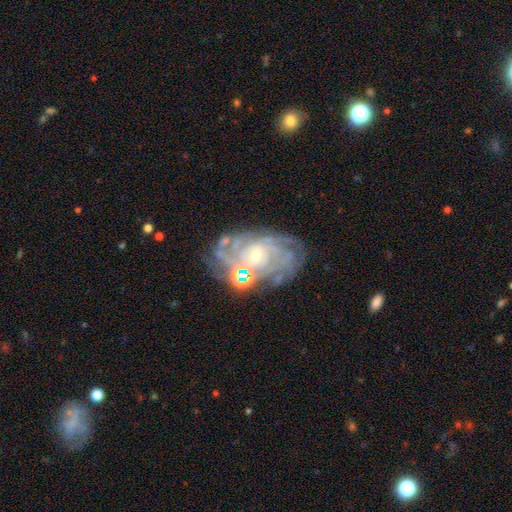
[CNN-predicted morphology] This appears to be a featured or disk galaxy (85%) with no bar (61%), tight (70%) spiral arms (94%) and a small central bulge (65%). Merging: none (67%).